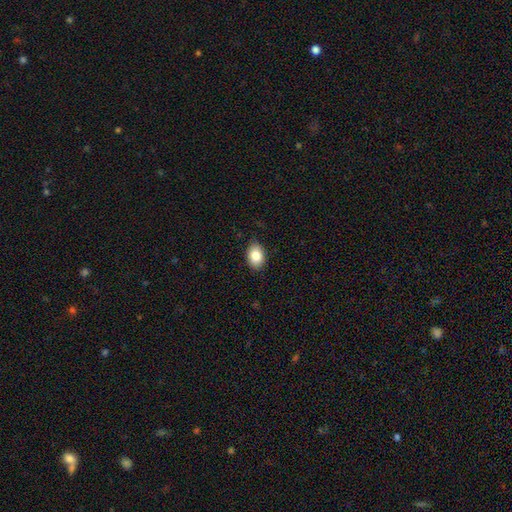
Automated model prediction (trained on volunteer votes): smooth-or-featured: smooth: 84% | featured or disk: 8% | star or artifact: 8%
  how-rounded: in between: 83% | round: 16% | cigar-shaped: 1%
  merging: none: 86% | minor disturbance: 11% | major disturbance: 2% | merger: 1%